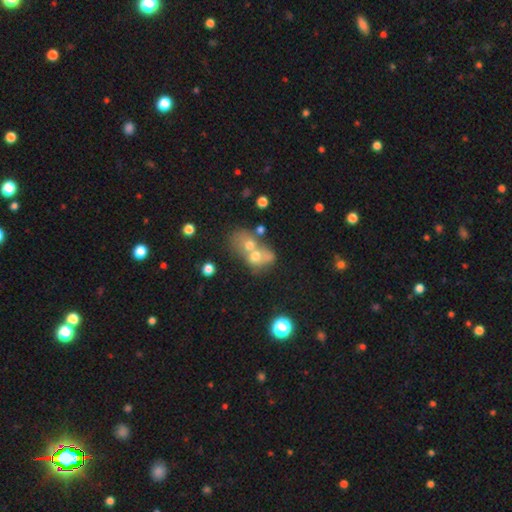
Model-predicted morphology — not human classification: This appears to be a smooth galaxy with no disk features (50%) that is round (50%). Merging: merger (68%).